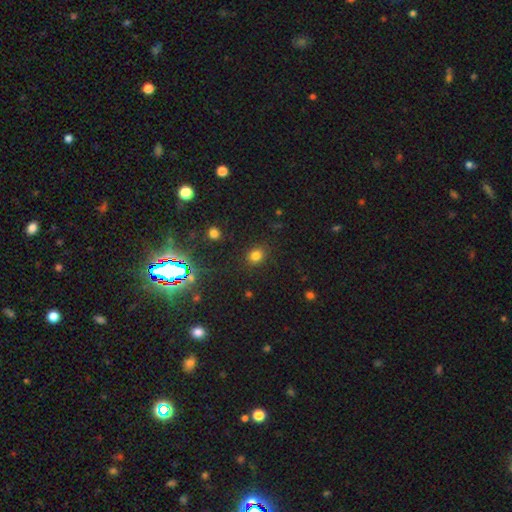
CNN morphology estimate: smooth 77%, star or artifact 17%, featured or disk 6%. Down the decision tree: how rounded — round (65%); merging — none (86%).